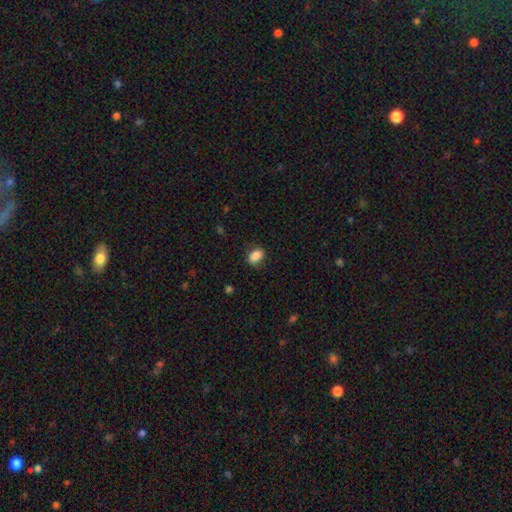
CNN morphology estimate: This is clearly a smooth galaxy (88%). How rounded: clearly in between (83%). Merging: clearly none (80%).